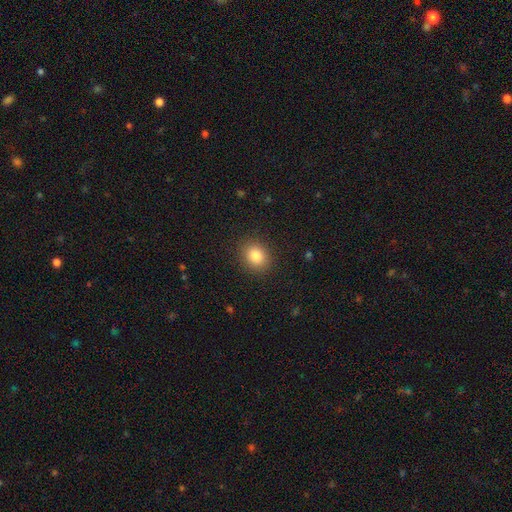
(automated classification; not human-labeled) smooth-or-featured: smooth: 84% | star or artifact: 10% | featured or disk: 6%
  how-rounded: round: 61% | in between: 38% | cigar-shaped: 1%
  merging: none: 89% | minor disturbance: 8% | major disturbance: 3% | merger: 1%